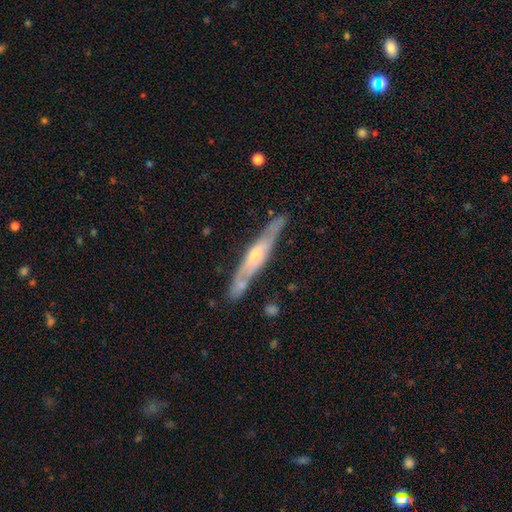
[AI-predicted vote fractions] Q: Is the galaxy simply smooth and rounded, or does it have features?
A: featured or disk — 71%.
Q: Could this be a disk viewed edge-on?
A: yes — 87%.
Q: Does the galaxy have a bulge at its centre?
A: rounded — 66%.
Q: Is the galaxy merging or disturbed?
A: none — 81%.